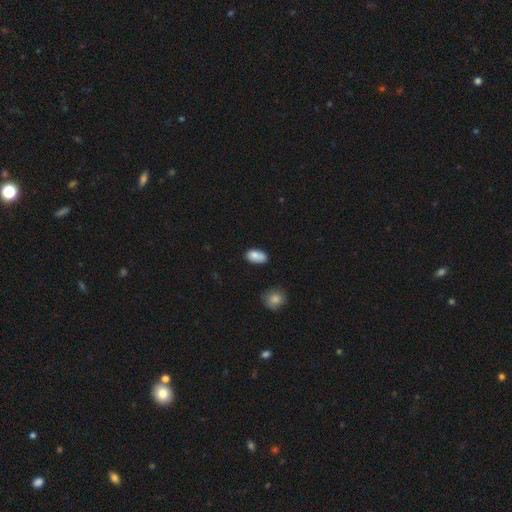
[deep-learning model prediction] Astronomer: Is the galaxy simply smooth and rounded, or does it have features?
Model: smooth — 83%.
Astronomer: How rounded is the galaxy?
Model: in between — 92%.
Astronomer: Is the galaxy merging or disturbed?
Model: none — 65%.